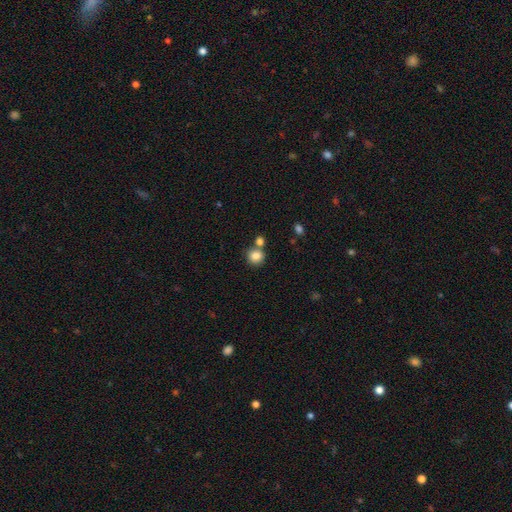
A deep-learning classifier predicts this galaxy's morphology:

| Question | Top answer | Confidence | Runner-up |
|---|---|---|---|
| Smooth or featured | smooth | 84% | star or artifact (10%) |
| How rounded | round | 81% | in between (18%) |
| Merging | none | 61% | merger (24%) |